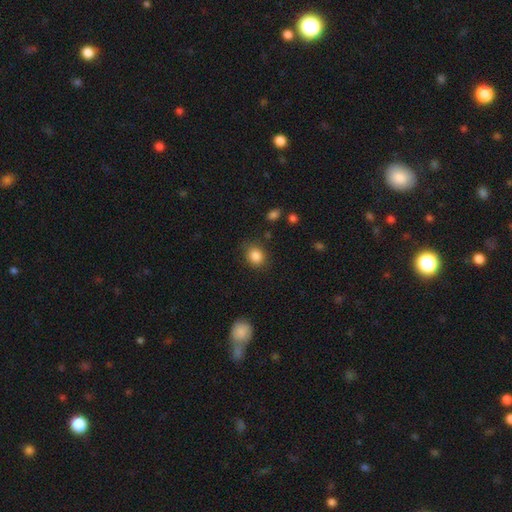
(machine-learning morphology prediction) smooth-or-featured: smooth: 86% | star or artifact: 9% | featured or disk: 5%
  how-rounded: round: 63% | in between: 36% | cigar-shaped: 1%
  merging: none: 79% | minor disturbance: 14% | major disturbance: 4% | merger: 2%